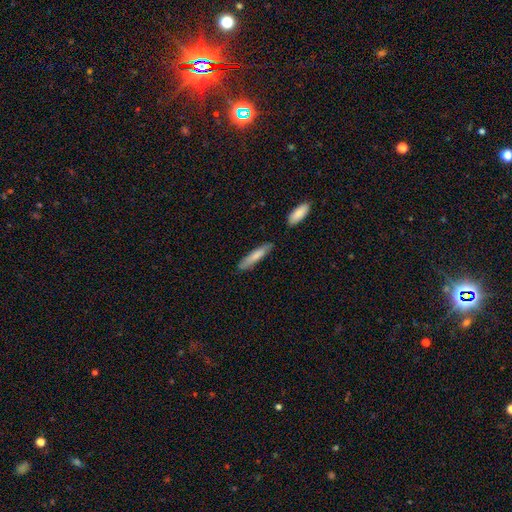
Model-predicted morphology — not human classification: A smooth galaxy with no disk features (76%) that is cigar-shaped (85%). Merging: none (81%).